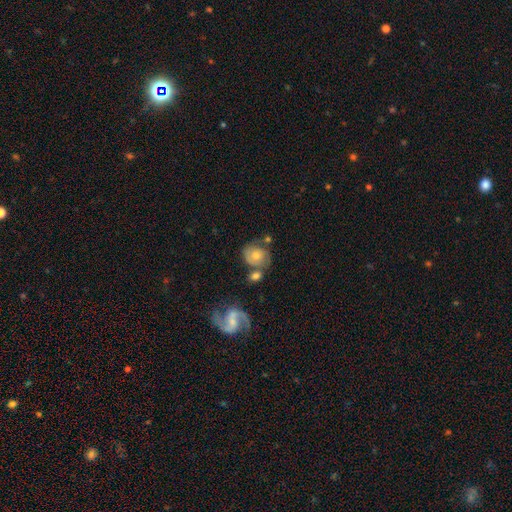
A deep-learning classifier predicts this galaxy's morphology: featured or disk 53%, smooth 39%, star or artifact 9%. Down the decision tree: edge-on disk — no (97%); bar — no (73%); spiral arms — yes (80%); bulge size — moderate (55%); merging — none (54%).